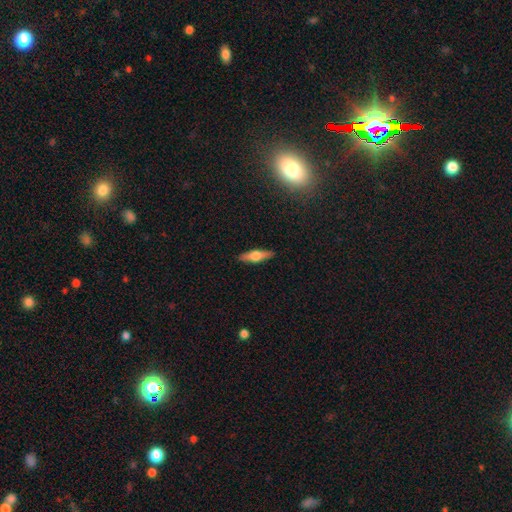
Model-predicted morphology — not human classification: This is possibly a featured or disk galaxy (50%). It is clearly viewed edge-on (93%). Merging: clearly none (90%).